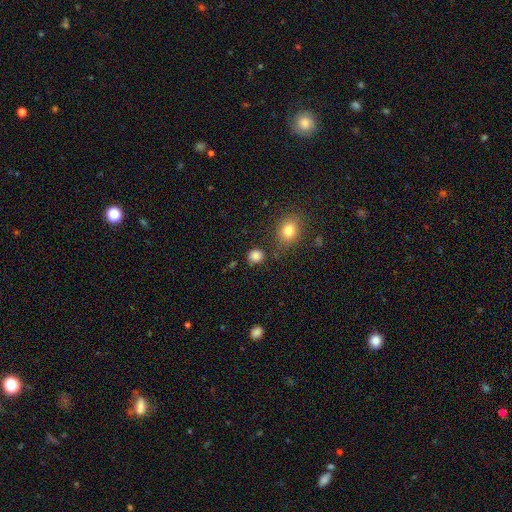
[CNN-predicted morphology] Smooth or featured: smooth — 85% (star or artifact — 11%)
How rounded: round — 82% (in between — 16%)
Merging: none — 81% (minor disturbance — 11%)